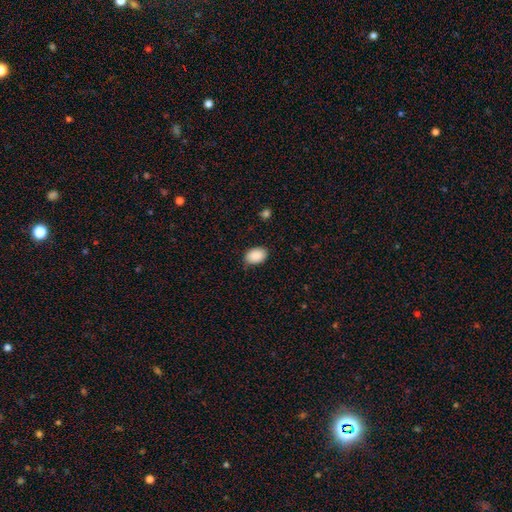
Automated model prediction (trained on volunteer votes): The model was most divided on "merging": none: 80%, minor disturbance: 16%, major disturbance: 3%, merger: 1%. More confident: smooth or featured — smooth (90%); how rounded — in between (85%).